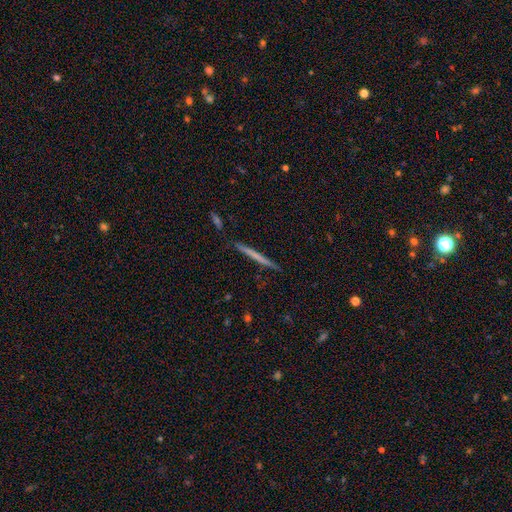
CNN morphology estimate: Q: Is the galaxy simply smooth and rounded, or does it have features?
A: smooth — 50%.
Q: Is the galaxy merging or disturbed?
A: none — 90%.